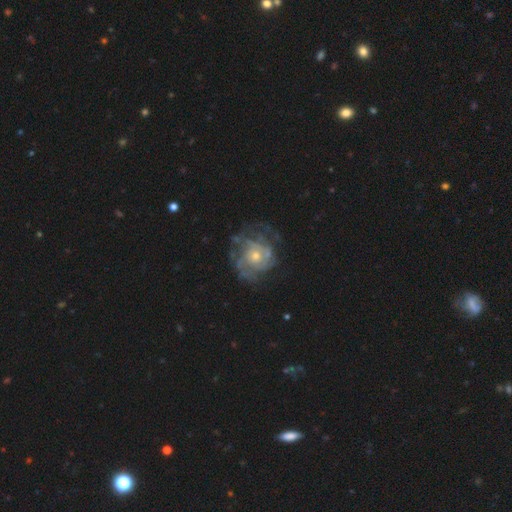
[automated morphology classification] Q: Smooth or featured?
A: featured or disk (76%); runner-up: smooth (16%)
Q: Edge-on disk?
A: no (97%); runner-up: yes (3%)
Q: Bar?
A: no (83%); runner-up: weak (14%)
Q: Spiral arms?
A: yes (75%); runner-up: no (25%)
Q: Spiral winding?
A: tight (59%); runner-up: medium (29%)
Q: Spiral arm count?
A: can't tell (54%); runner-up: 2 (13%)
Q: Bulge size?
A: small (49%); runner-up: moderate (46%)
Q: Merging?
A: none (62%); runner-up: minor disturbance (19%)